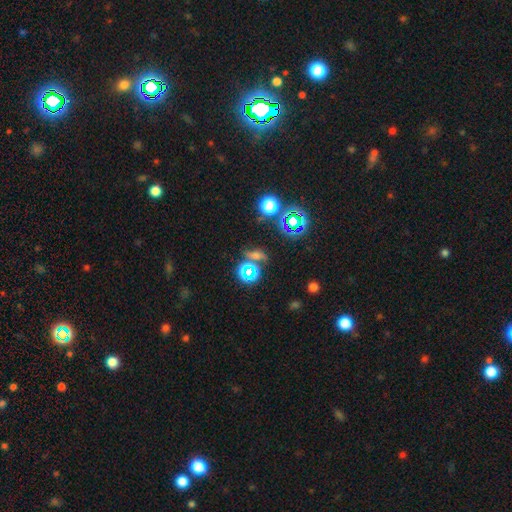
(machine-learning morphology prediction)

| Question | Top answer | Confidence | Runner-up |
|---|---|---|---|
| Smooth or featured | star or artifact | 46% | smooth (37%) |